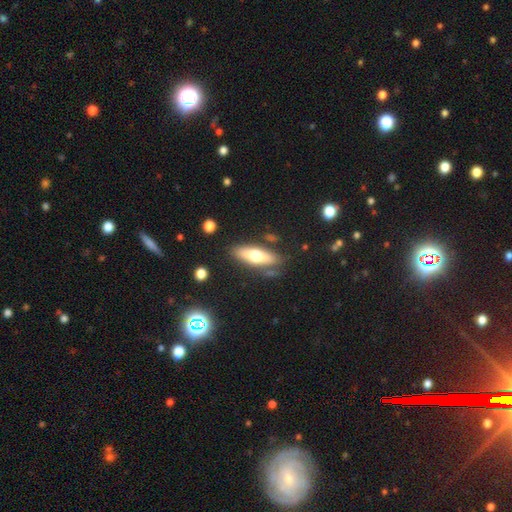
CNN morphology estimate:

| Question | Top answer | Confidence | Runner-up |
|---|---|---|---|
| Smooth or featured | smooth | 58% | featured or disk (36%) |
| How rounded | in between | 52% | cigar-shaped (46%) |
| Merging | none | 76% | minor disturbance (15%) |